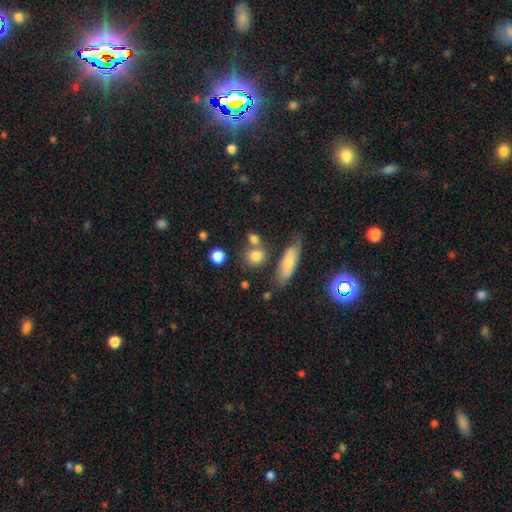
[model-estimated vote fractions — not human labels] smooth 80%, star or artifact 10%, featured or disk 10%. Down the decision tree: how rounded — round (72%); merging — none (58%).